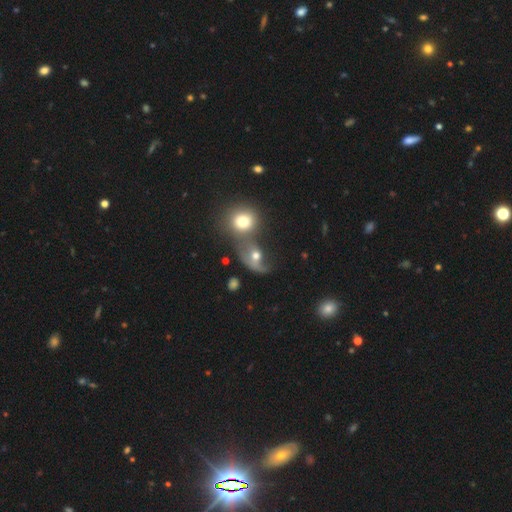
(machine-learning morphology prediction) A smooth galaxy with no disk features (52%) that is in between round and cigar-shaped (50%). Merging: merger (46%).